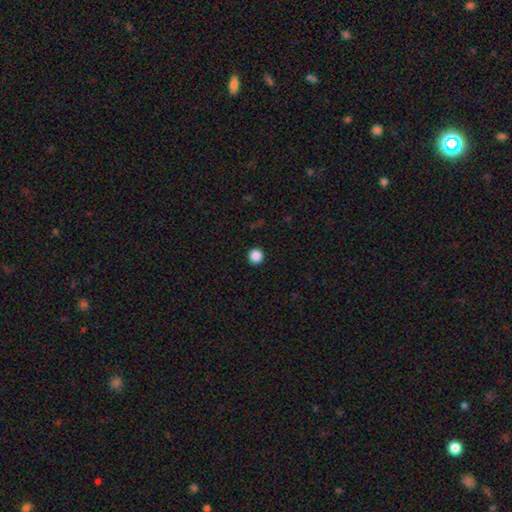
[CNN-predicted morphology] smooth-or-featured: smooth: 88% | star or artifact: 10% | featured or disk: 2%
  how-rounded: round: 96% | in between: 3% | cigar-shaped: 1%
  merging: none: 94% | minor disturbance: 4% | major disturbance: 2% | merger: 1%